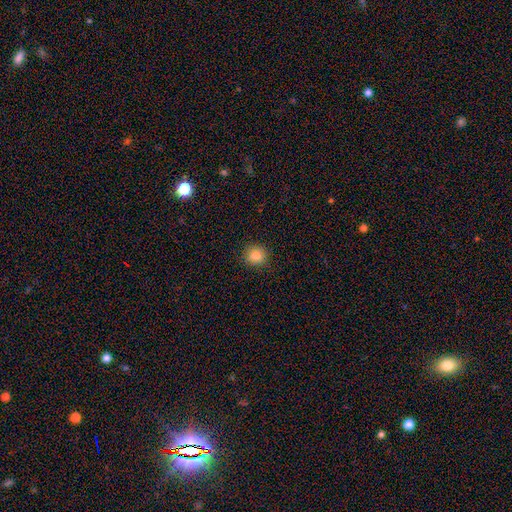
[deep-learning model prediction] smooth 85%, star or artifact 11%, featured or disk 4%. Down the decision tree: how rounded — round (89%); merging — none (89%).